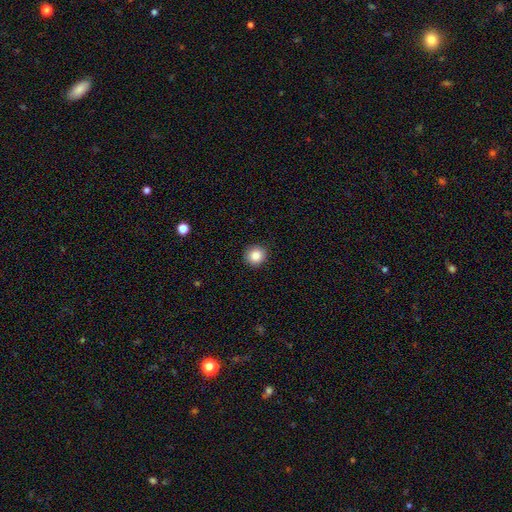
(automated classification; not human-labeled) A smooth galaxy with no disk features (86%) that is round (91%). Merging: none (90%).